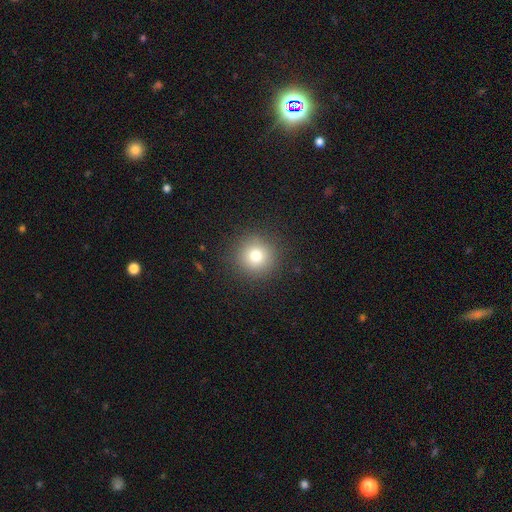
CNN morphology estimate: A smooth galaxy with no disk features (78%) that is round (94%). Merging: none (90%).